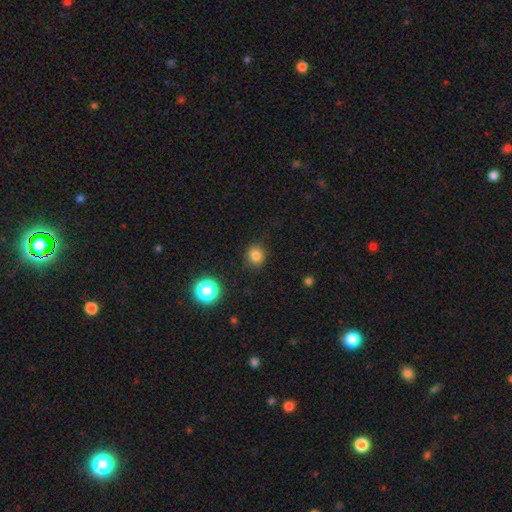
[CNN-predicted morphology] This is clearly a smooth galaxy (81%). How rounded: clearly round (83%). Merging: clearly none (88%).